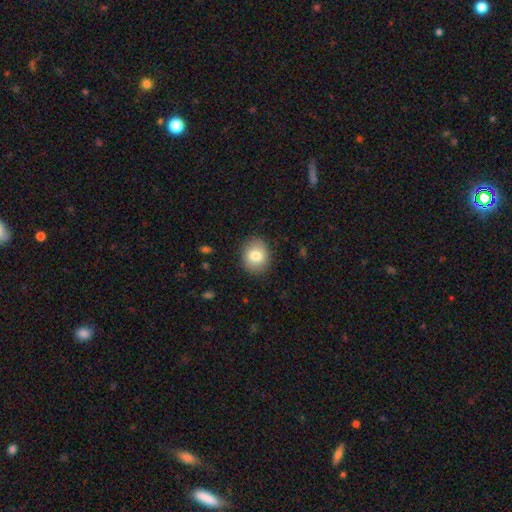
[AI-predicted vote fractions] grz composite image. It shows a smooth galaxy with no disk features (80%) that is round (68%). Merging: none (88%).